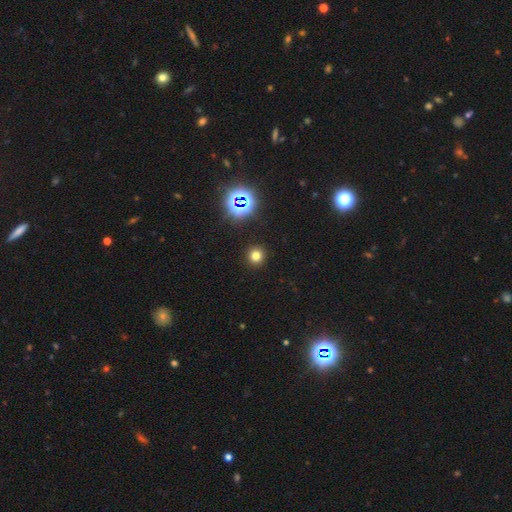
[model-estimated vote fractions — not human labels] smooth_or_featured: smooth (p=0.72) [alt: star or artifact p=0.21]
how_rounded: round (p=0.92) [alt: in between p=0.07]
merging: none (p=0.92) [alt: minor disturbance p=0.05]